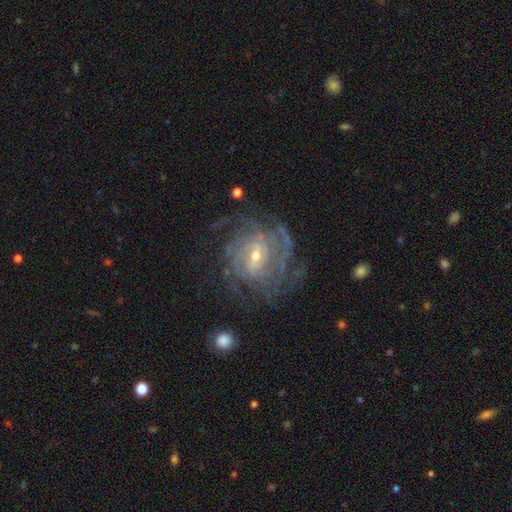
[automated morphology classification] A featured or disk galaxy (88%) with a weak bar (50%), tight (65%) spiral arms (96%) and a small central bulge (63%).

Vote fractions:
- Smooth or featured? featured or disk: 88% / star or artifact: 7% / smooth: 6%
- Edge-on disk? no: 97% / yes: 3%
- Bar? weak: 50% / no: 28% / strong: 21%
- Spiral arms? yes: 96% / no: 4%
- Spiral winding? tight: 65% / medium: 28% / loose: 7%
- Spiral arm count? can't tell: 34% / 4: 22% / 3: 15% / 2: 12% / more than 4: 11% / 1: 6%
- Bulge size? small: 63% / moderate: 33% / large: 2% / none: 1% / dominant: 1%
- Merging? none: 68% / minor disturbance: 17% / major disturbance: 13% / merger: 2%